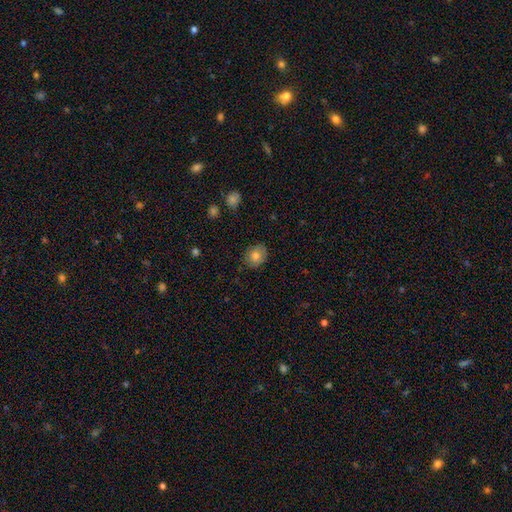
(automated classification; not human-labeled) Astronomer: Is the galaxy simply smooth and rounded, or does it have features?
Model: smooth — 78%.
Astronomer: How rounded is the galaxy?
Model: round — 57% (runner-up: in between, 42%).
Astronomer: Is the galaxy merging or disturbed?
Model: none — 83%.